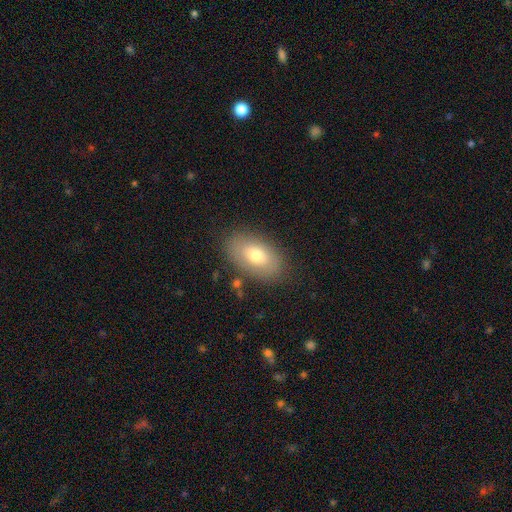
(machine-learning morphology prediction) A smooth galaxy with no disk features (69%) that is in between round and cigar-shaped (92%). Merging: none (82%).